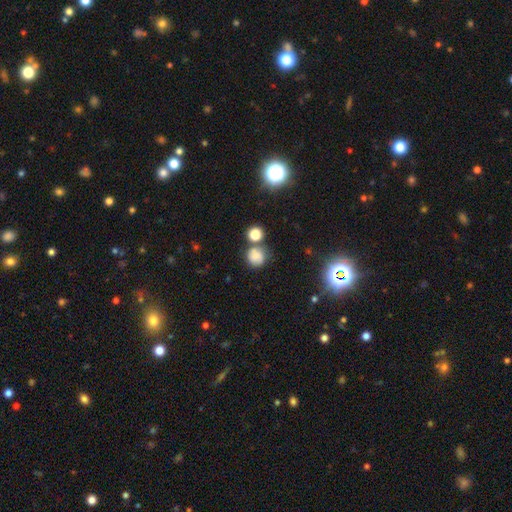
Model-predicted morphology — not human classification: Q: Smooth or featured?
A: smooth (70%); runner-up: star or artifact (15%)
Q: How rounded?
A: round (86%); runner-up: in between (13%)
Q: Merging?
A: none (59%); runner-up: merger (20%)